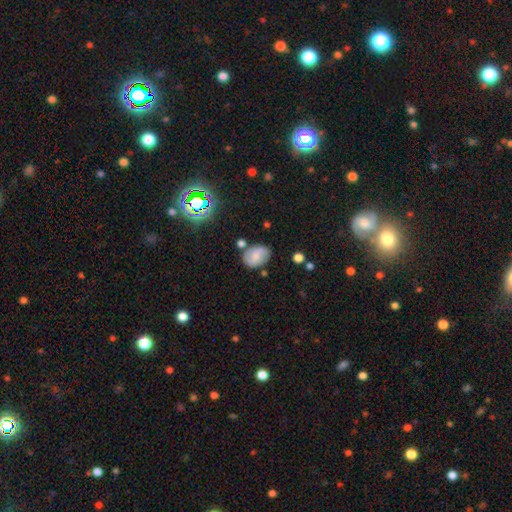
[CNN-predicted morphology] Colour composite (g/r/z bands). It shows a smooth galaxy with no disk features (47%). Merging: none (71%).